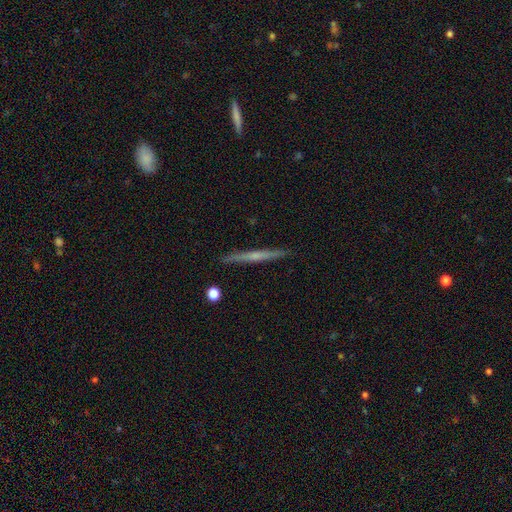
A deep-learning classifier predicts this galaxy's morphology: This appears to be a featured or disk galaxy (61%) viewed edge-on (98%) with no central bulge (53%). Merging: none (91%).